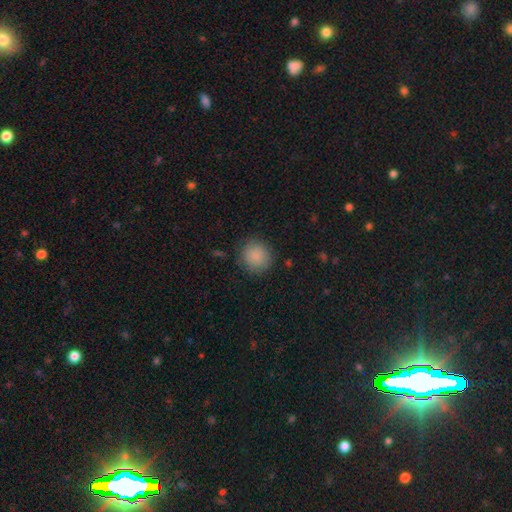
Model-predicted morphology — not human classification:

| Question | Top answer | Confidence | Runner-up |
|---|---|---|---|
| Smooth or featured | smooth | 88% | star or artifact (8%) |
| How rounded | round | 92% | in between (7%) |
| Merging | none | 85% | minor disturbance (11%) |